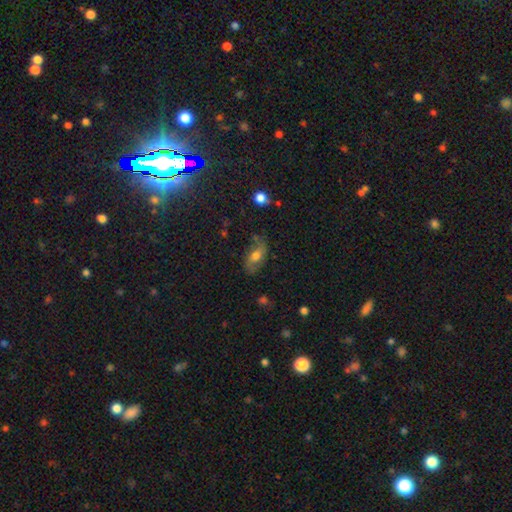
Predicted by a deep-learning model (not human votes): Smooth or featured: featured or disk — 49% (smooth — 43%)
Merging: none — 70% (minor disturbance — 20%)